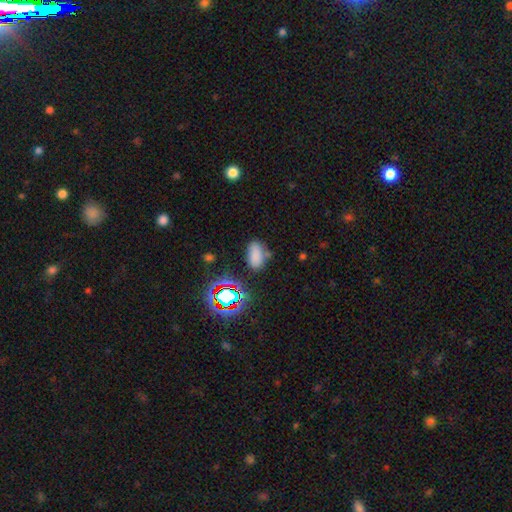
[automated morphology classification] Smooth or featured? smooth (73%)
How rounded? in between (90%)
Merging? none (67%)